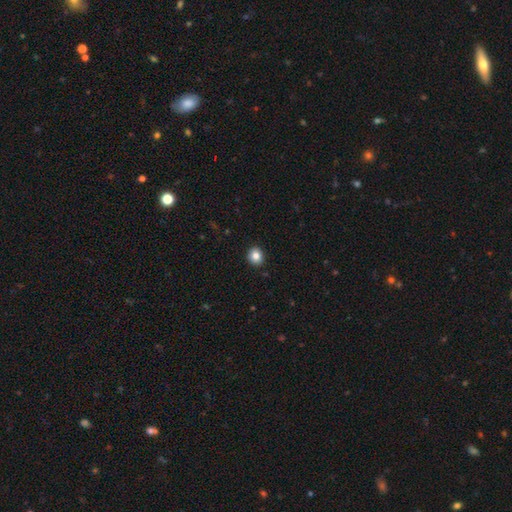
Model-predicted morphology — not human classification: type=smooth (82%); roundness=round (80%); merging=none (92%).